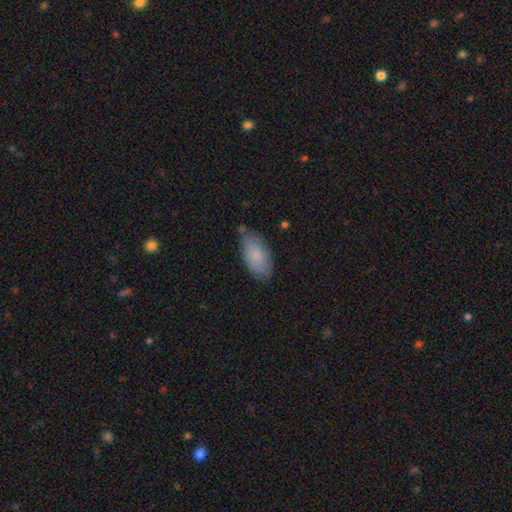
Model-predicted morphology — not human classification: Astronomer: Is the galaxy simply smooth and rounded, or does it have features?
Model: smooth — 81%.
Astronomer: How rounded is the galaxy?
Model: in between — 93%.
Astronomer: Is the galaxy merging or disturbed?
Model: none — 71%.